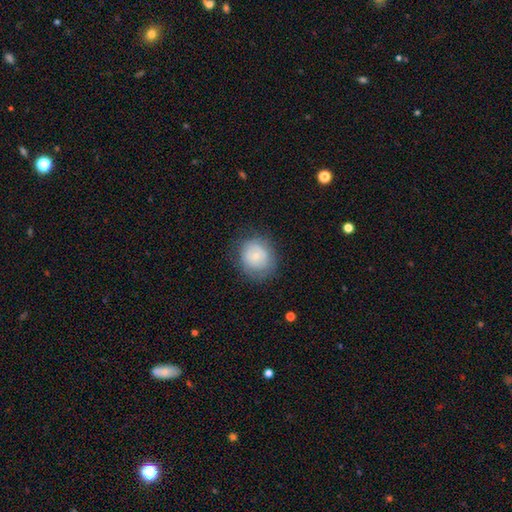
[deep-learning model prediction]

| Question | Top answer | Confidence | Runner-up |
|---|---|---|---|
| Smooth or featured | smooth | 69% | featured or disk (22%) |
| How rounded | round | 82% | in between (17%) |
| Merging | none | 76% | minor disturbance (16%) |